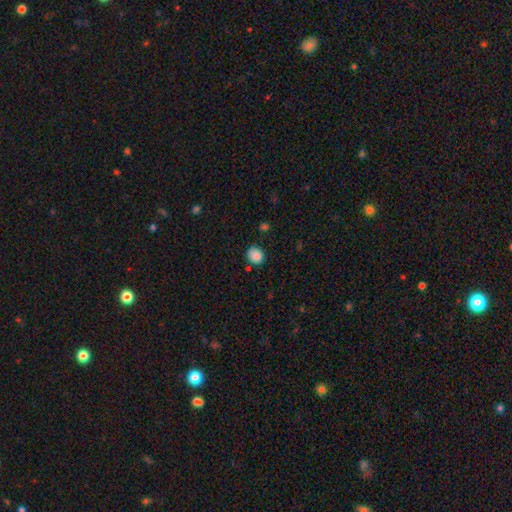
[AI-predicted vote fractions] Q: Smooth or featured?
A: smooth (87%); runner-up: star or artifact (9%)
Q: How rounded?
A: round (67%); runner-up: in between (32%)
Q: Merging?
A: none (78%); runner-up: minor disturbance (15%)